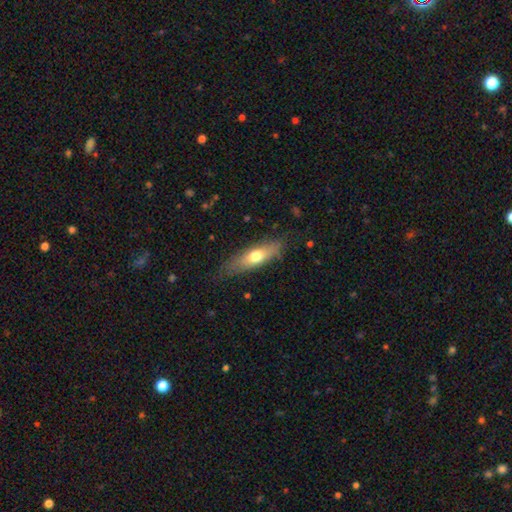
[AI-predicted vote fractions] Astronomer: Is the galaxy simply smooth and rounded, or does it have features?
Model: smooth — 61%.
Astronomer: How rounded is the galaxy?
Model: in between — 49% (runner-up: cigar-shaped, 47%).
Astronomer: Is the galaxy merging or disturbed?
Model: none — 75%.